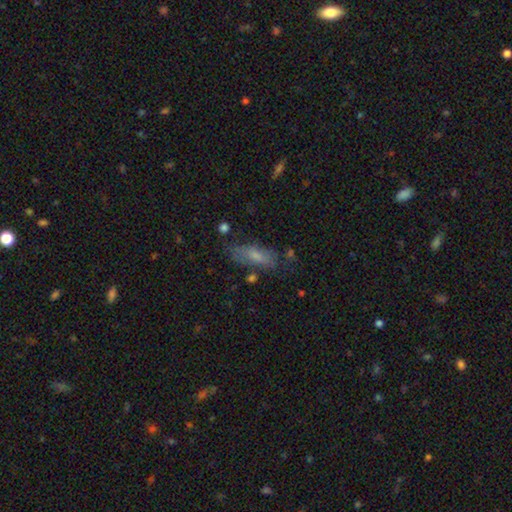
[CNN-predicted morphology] A smooth galaxy with no disk features (66%) that is in between round and cigar-shaped (58%). Merging: none (68%).